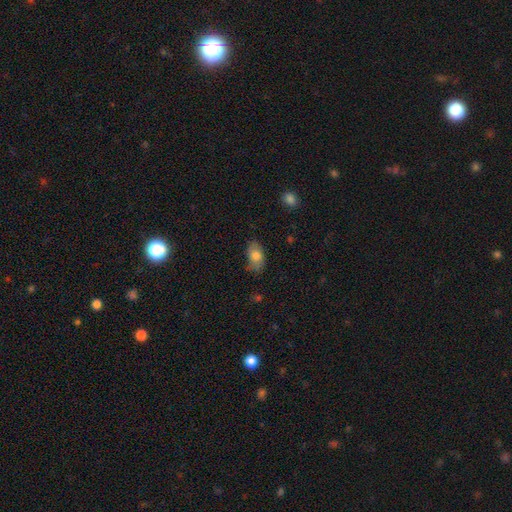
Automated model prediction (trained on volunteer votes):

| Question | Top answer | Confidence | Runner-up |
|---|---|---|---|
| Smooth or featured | smooth | 76% | featured or disk (16%) |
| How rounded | in between | 90% | round (7%) |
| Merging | none | 66% | minor disturbance (26%) |